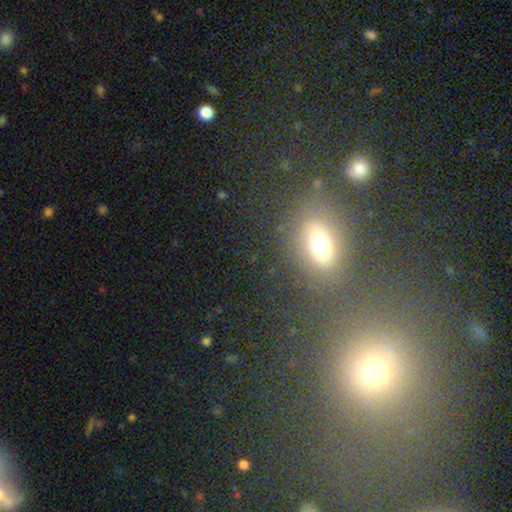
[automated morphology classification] Q: Smooth or featured?
A: smooth (54%); runner-up: star or artifact (32%)
Q: How rounded?
A: in between (64%); runner-up: round (29%)
Q: Merging?
A: none (71%); runner-up: minor disturbance (11%)